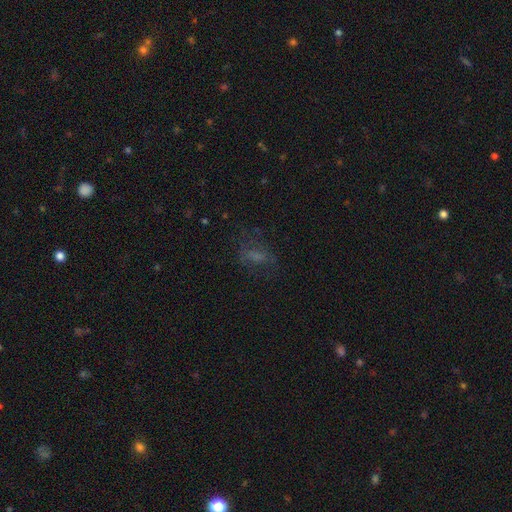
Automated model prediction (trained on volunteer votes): This is possibly a smooth galaxy (45%). Merging: possibly none (55%).